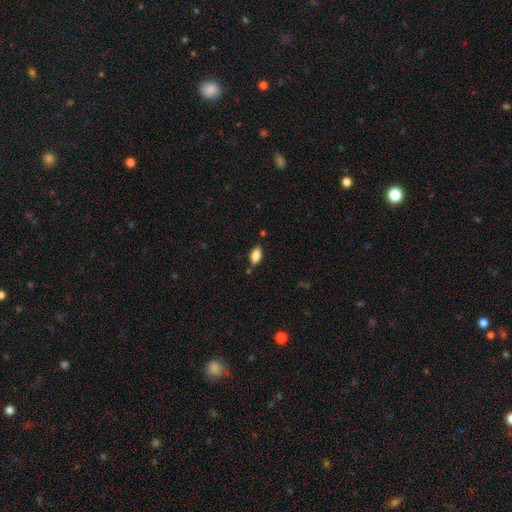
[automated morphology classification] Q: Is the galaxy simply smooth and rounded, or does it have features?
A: smooth — 86%.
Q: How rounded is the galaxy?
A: in between — 90%.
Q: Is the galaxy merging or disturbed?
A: none — 81%.